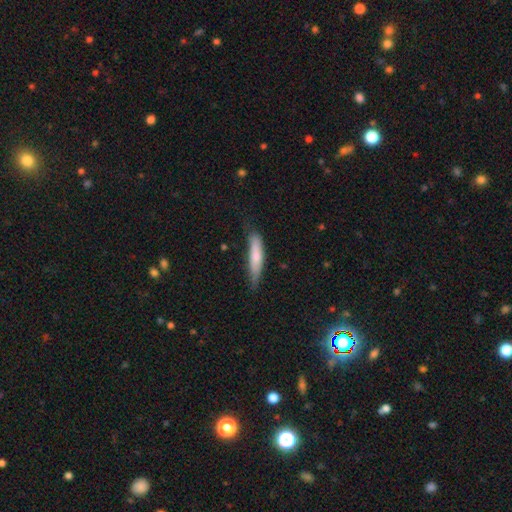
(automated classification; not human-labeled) Smooth or featured: smooth — 70% (featured or disk — 24%)
How rounded: cigar-shaped — 81% (in between — 18%)
Merging: none — 66% (minor disturbance — 27%)